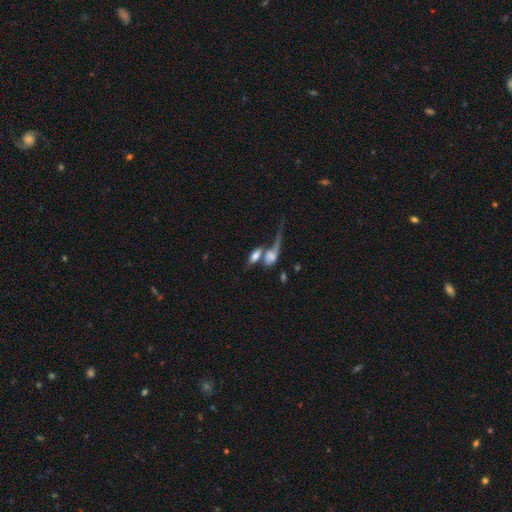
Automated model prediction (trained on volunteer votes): Smooth or featured?
  - smooth: 54% *
  - featured or disk: 36%
  - star or artifact: 10%
How rounded?
  - in between: 75% *
  - cigar-shaped: 15%
  - round: 11%
Merging?
  - merger: 61% *
  - none: 18%
  - major disturbance: 13%
  - minor disturbance: 8%